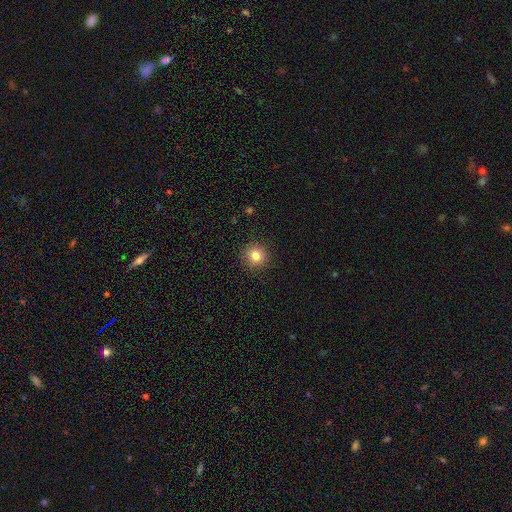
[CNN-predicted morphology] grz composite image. It shows a smooth galaxy with no disk features (82%) that is round (93%). Merging: none (91%).